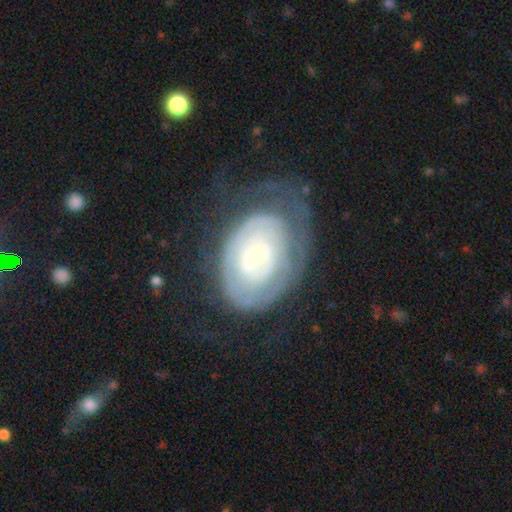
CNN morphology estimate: smooth_or_featured: featured or disk (p=0.77) [alt: smooth p=0.17]
disk_edge_on: no (p=0.96) [alt: yes p=0.04]
bar: no (p=0.59) [alt: weak p=0.32]
has_spiral_arms: yes (p=0.75) [alt: no p=0.25]
spiral_winding: tight (p=0.75) [alt: medium p=0.17]
spiral_arm_count: can't tell (p=0.55) [alt: 2 p=0.22]
bulge_size: small (p=0.63) [alt: moderate p=0.32]
merging: none (p=0.49) [alt: major disturbance p=0.26]